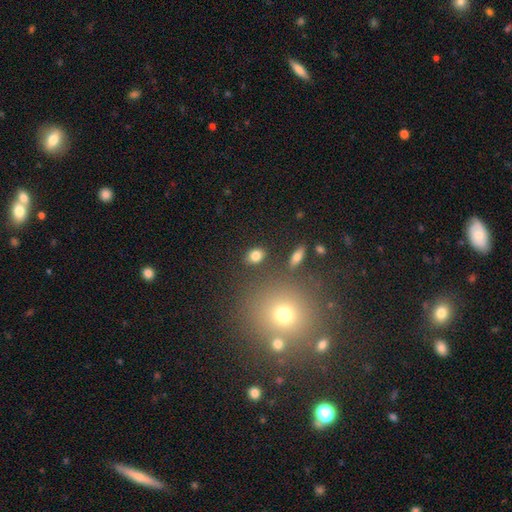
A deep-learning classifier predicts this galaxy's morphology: Smooth or featured?
  - smooth: 81% *
  - star or artifact: 11%
  - featured or disk: 7%
How rounded?
  - in between: 62% *
  - round: 36%
  - cigar-shaped: 2%
Merging?
  - none: 82% *
  - minor disturbance: 10%
  - merger: 5%
  - major disturbance: 3%